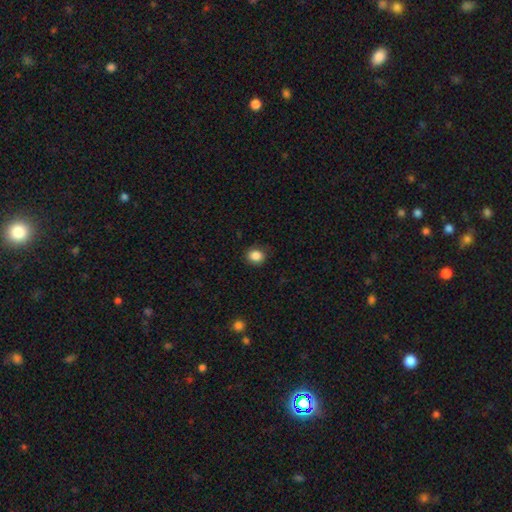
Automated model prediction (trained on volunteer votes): Smooth or featured? Predicted: smooth (p=0.86). How rounded? Predicted: round (p=0.69). Merging? Predicted: none (p=0.84).